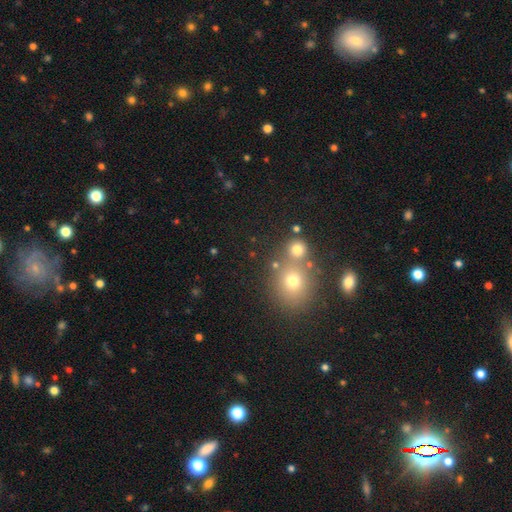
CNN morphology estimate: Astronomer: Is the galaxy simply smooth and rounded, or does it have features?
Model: smooth — 54% (runner-up: star or artifact, 34%).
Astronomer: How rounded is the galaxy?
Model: round — 80%.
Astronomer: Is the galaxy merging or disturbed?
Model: none — 67%.